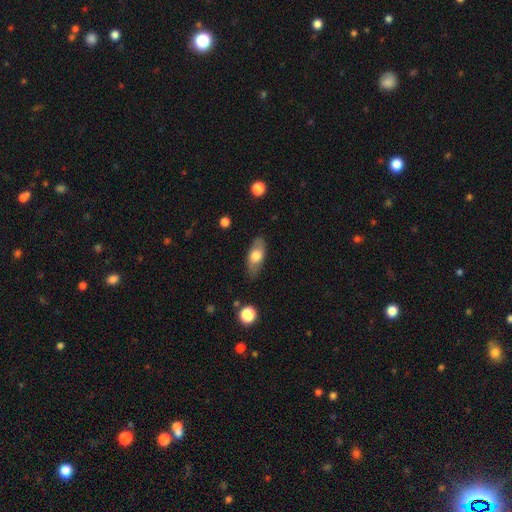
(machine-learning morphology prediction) Smooth or featured?
  - smooth: 63% *
  - featured or disk: 31%
  - star or artifact: 6%
How rounded?
  - in between: 84% *
  - cigar-shaped: 11%
  - round: 5%
Merging?
  - none: 80% *
  - minor disturbance: 15%
  - major disturbance: 3%
  - merger: 1%